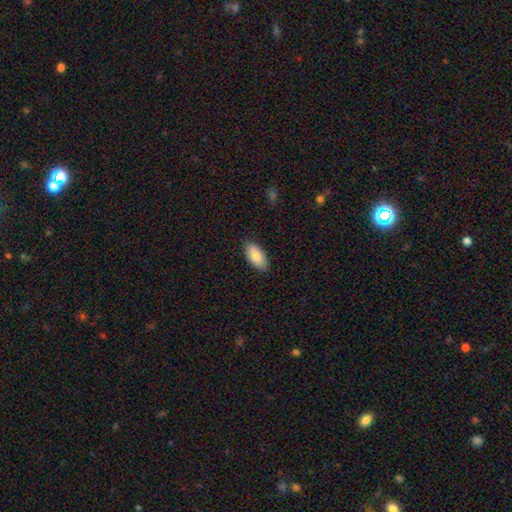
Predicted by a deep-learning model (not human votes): This appears to be a smooth galaxy with no disk features (87%) that is in between round and cigar-shaped (93%). Merging: none (87%).